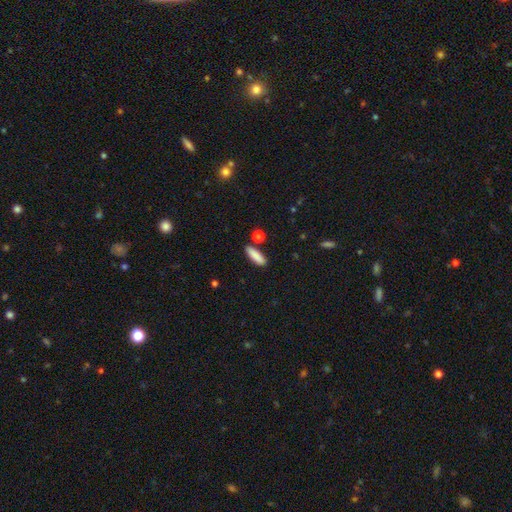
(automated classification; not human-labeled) smooth-or-featured: smooth: 87% | star or artifact: 7% | featured or disk: 6%
  how-rounded: cigar-shaped: 60% | in between: 37% | round: 2%
  merging: none: 82% | minor disturbance: 10% | merger: 5% | major disturbance: 2%